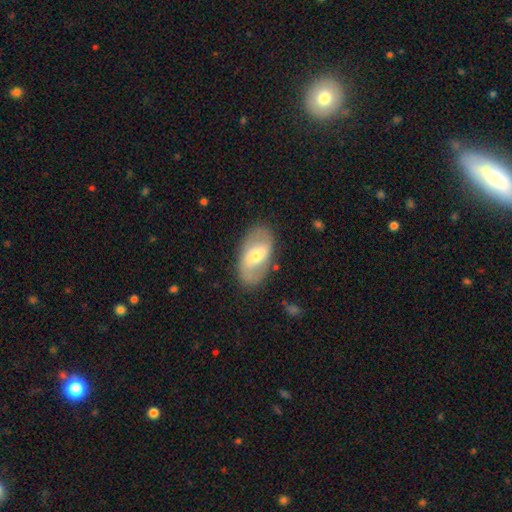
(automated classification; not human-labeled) A featured or disk galaxy (58%) with a weak bar (43%), spiral arms (67%) and a moderate central bulge (54%). Merging: none (81%).